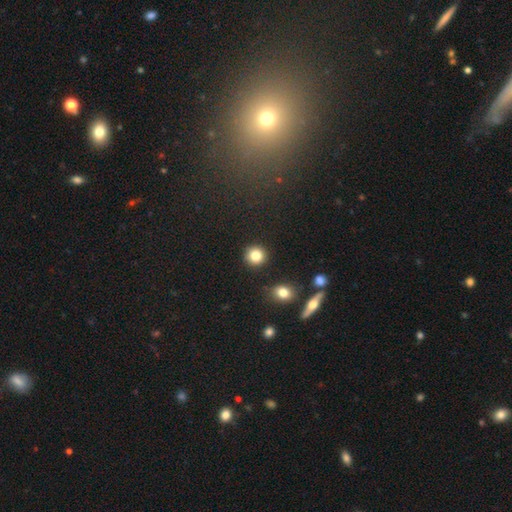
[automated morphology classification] This is clearly a smooth galaxy (84%). How rounded: clearly round (91%). Merging: clearly none (89%).